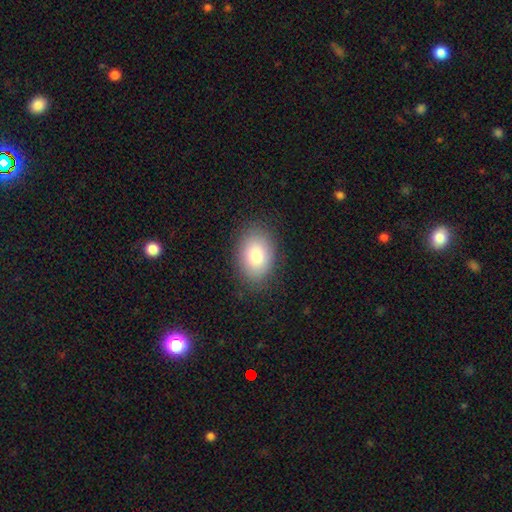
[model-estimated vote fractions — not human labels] A smooth galaxy with no disk features (81%) that is in between round and cigar-shaped (82%). Merging: none (85%).